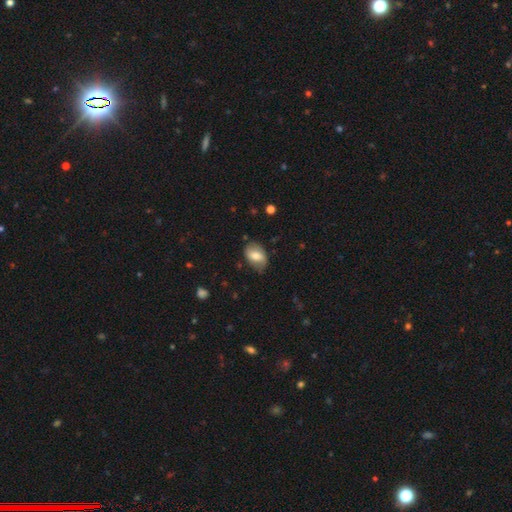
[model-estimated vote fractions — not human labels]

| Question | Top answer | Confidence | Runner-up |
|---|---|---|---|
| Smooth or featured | smooth | 69% | featured or disk (24%) |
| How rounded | in between | 83% | round (15%) |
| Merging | none | 69% | minor disturbance (24%) |